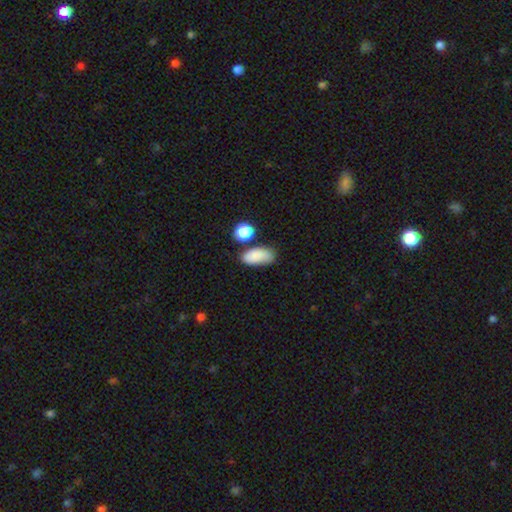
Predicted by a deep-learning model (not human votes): This is clearly a smooth galaxy (85%). How rounded: clearly in between (88%). Merging: likely none (61%).